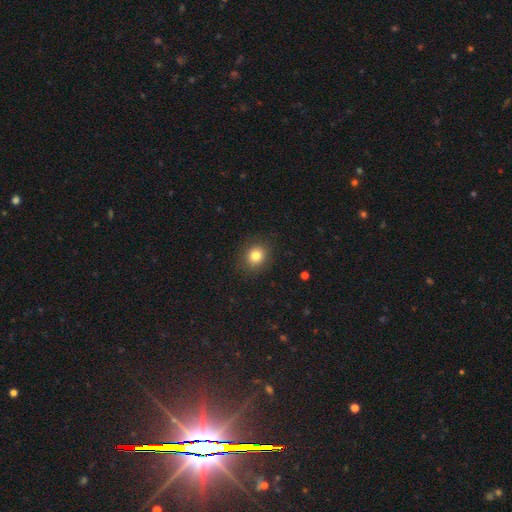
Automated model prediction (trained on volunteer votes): Q: Smooth or featured?
A: smooth (81%); runner-up: star or artifact (12%)
Q: How rounded?
A: round (76%); runner-up: in between (24%)
Q: Merging?
A: none (89%); runner-up: minor disturbance (7%)